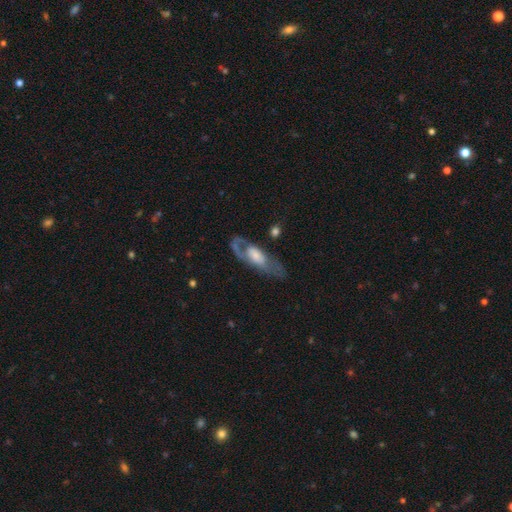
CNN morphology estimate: Q: Smooth or featured?
A: featured or disk (61%); runner-up: smooth (33%)
Q: Edge-on disk?
A: no (79%); runner-up: yes (21%)
Q: Merging?
A: none (52%); runner-up: major disturbance (24%)